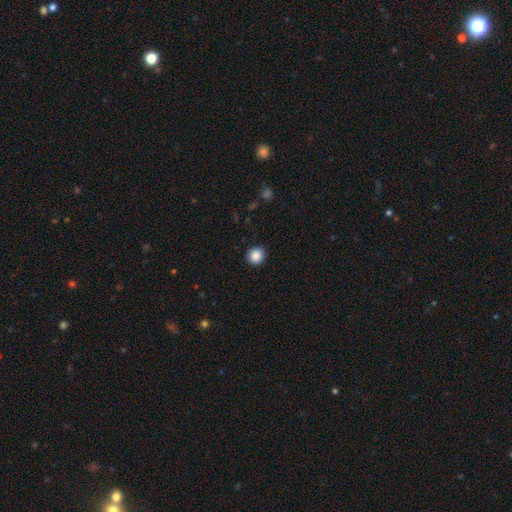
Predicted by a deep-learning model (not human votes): This is clearly a smooth galaxy (88%). How rounded: clearly round (88%). Merging: clearly none (91%).